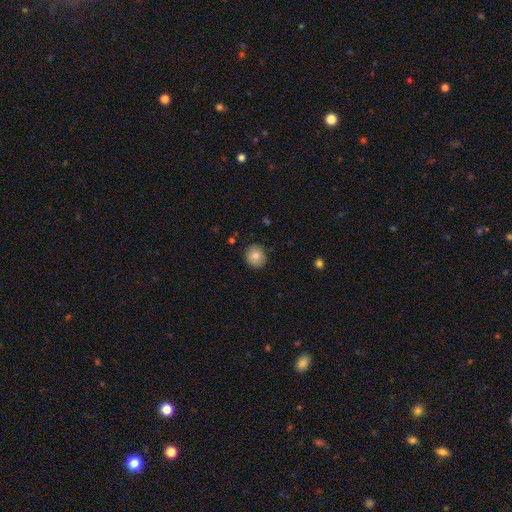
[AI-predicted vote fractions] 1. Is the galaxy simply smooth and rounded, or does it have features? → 79% smooth, 12% featured or disk, 9% star or artifact.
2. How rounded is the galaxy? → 85% round, 14% in between, 1% cigar-shaped.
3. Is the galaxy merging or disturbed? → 87% none, 10% minor disturbance, 2% major disturbance, 1% merger.